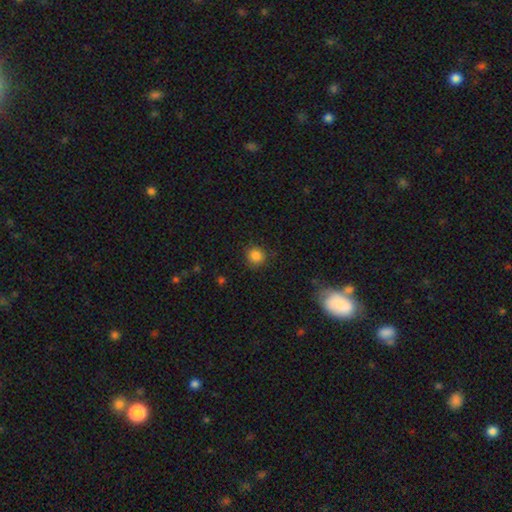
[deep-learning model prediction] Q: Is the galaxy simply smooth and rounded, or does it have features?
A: smooth — 84%.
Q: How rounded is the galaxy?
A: round — 92%.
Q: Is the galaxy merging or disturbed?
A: none — 87%.